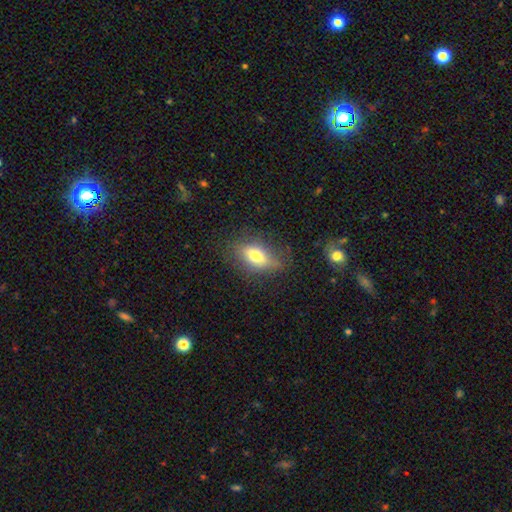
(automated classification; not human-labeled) Q: Smooth or featured?
A: smooth (65%); runner-up: featured or disk (25%)
Q: How rounded?
A: in between (79%); runner-up: round (12%)
Q: Merging?
A: none (68%); runner-up: minor disturbance (21%)